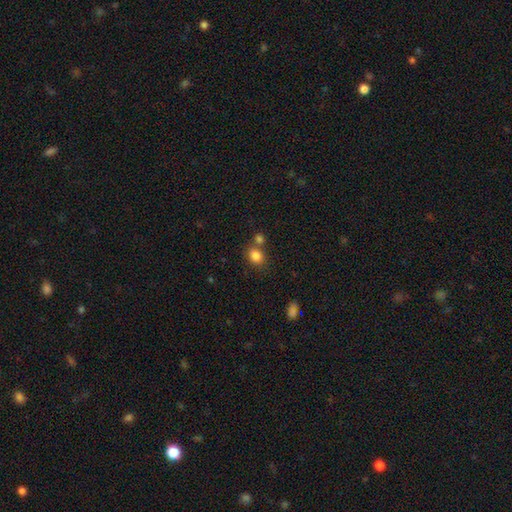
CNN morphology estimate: Q: Smooth or featured?
A: smooth (83%); runner-up: star or artifact (11%)
Q: How rounded?
A: round (57%); runner-up: in between (42%)
Q: Merging?
A: none (60%); runner-up: merger (26%)